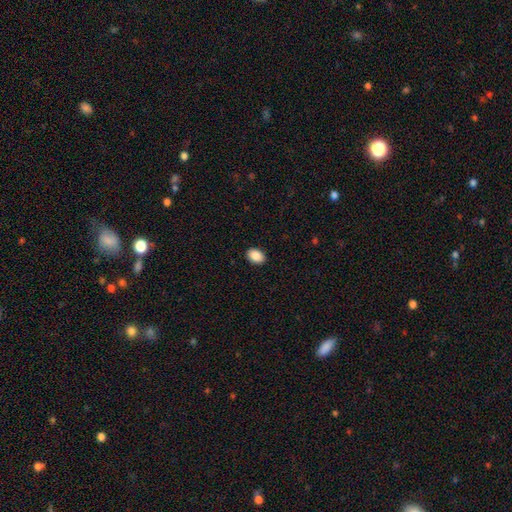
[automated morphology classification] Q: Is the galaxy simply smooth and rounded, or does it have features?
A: smooth — 89%.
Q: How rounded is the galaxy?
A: in between — 80%.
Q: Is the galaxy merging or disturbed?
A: none — 91%.